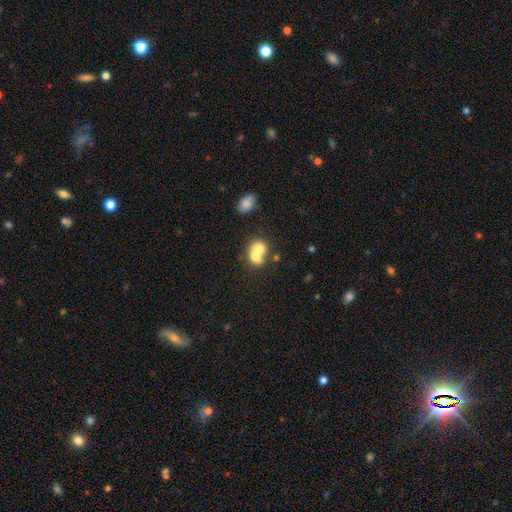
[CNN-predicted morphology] Smooth or featured?
  - smooth: 68% *
  - featured or disk: 23%
  - star or artifact: 10%
How rounded?
  - round: 56% *
  - in between: 43%
  - cigar-shaped: 1%
Merging?
  - merger: 71% *
  - none: 19%
  - minor disturbance: 6%
  - major disturbance: 4%